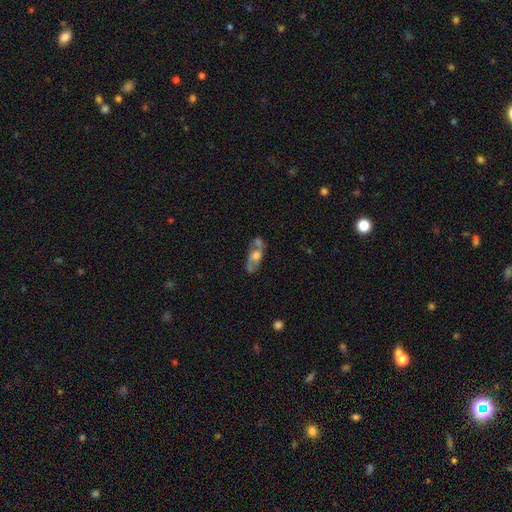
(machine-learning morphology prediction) This appears to be a featured or disk galaxy (53%). Merging: none (36%).